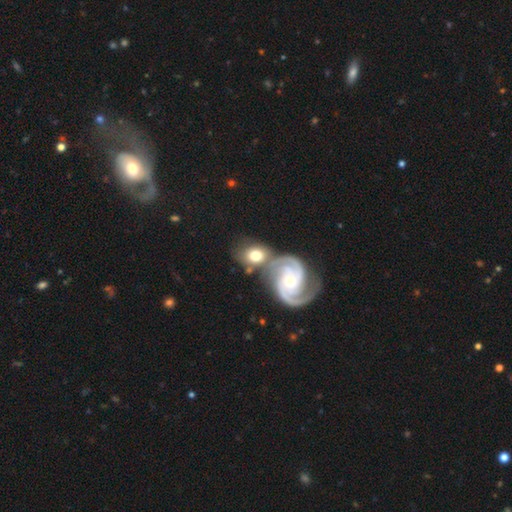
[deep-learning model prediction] This appears to be a featured or disk galaxy (51%). Merging: merger (44%).